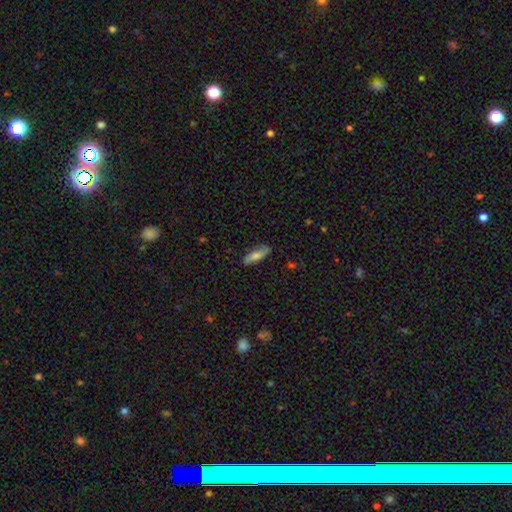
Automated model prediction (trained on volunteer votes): Smooth or featured?
  - smooth: 63% *
  - featured or disk: 30%
  - star or artifact: 6%
How rounded?
  - in between: 56% *
  - cigar-shaped: 42%
  - round: 3%
Merging?
  - none: 81% *
  - minor disturbance: 15%
  - major disturbance: 3%
  - merger: 1%